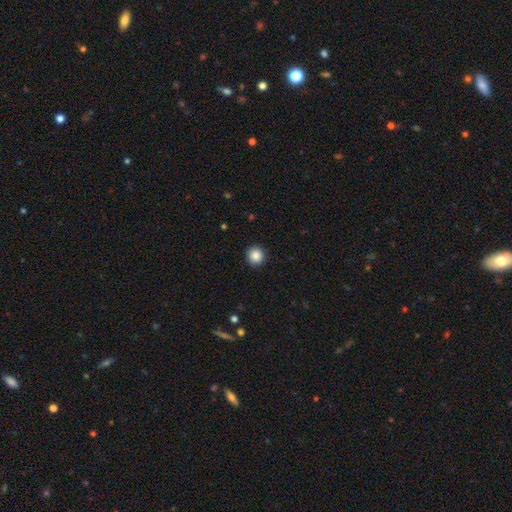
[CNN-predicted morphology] A smooth galaxy with no disk features (87%) that is round (95%).

Vote fractions:
- Smooth or featured? smooth: 87% / star or artifact: 9% / featured or disk: 3%
- How rounded? round: 95% / in between: 4% / cigar-shaped: 1%
- Merging? none: 92% / minor disturbance: 5% / major disturbance: 2% / merger: 1%